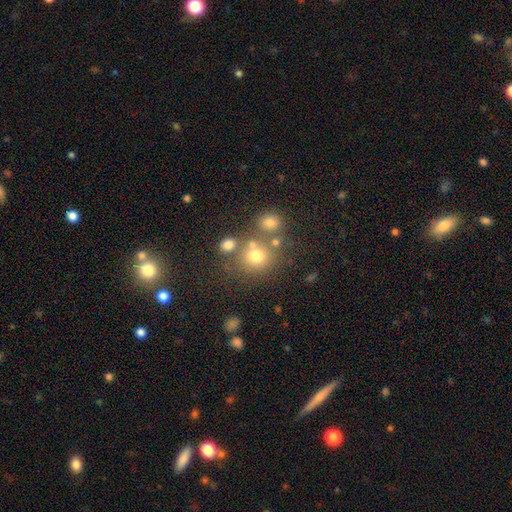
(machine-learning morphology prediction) type=smooth (71%); roundness=round (82%); merging=none (61%).